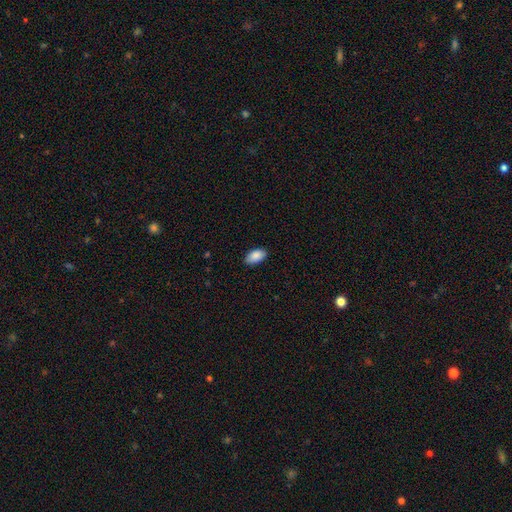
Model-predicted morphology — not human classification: smooth-or-featured: smooth: 89% | star or artifact: 6% | featured or disk: 5%
  how-rounded: in between: 95% | round: 3% | cigar-shaped: 2%
  merging: none: 86% | minor disturbance: 11% | major disturbance: 2% | merger: 1%